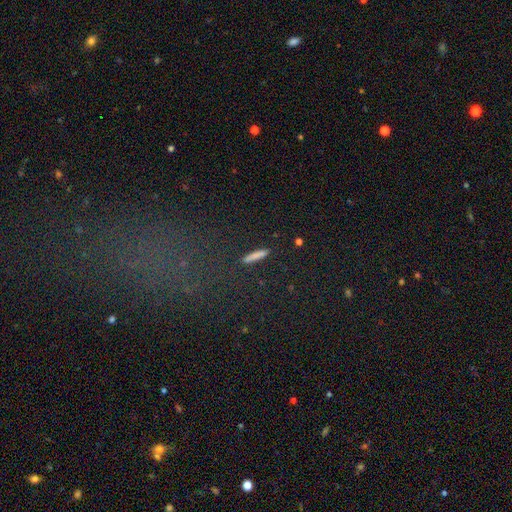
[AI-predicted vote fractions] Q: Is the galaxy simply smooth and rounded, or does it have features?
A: smooth — 79%.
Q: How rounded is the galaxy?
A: cigar-shaped — 90%.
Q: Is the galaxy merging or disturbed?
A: none — 89%.